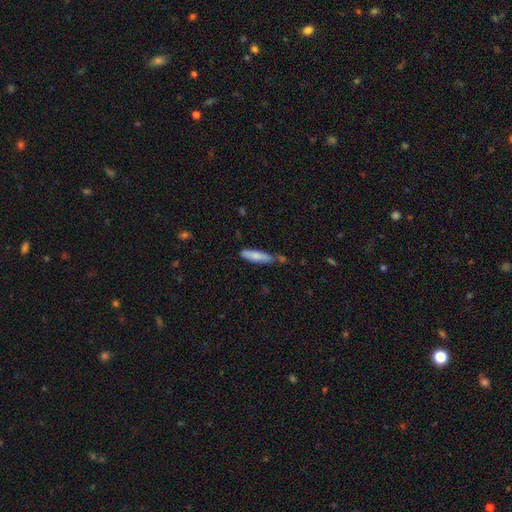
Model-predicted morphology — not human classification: Overall: smooth (76%). How rounded: cigar-shaped (77%). Merging: none (66%).